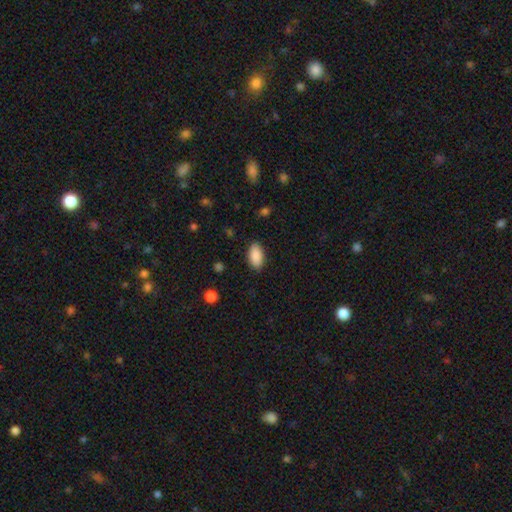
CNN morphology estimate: Smooth or featured? smooth (89%)
How rounded? in between (94%)
Merging? none (87%)